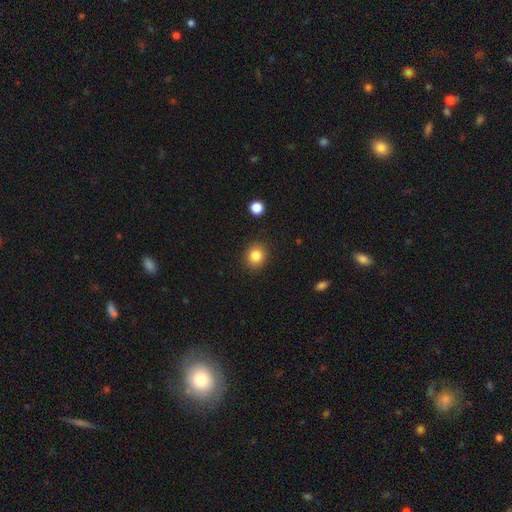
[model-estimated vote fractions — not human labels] This is clearly a smooth galaxy (84%). How rounded: likely round (74%). Merging: clearly none (89%).